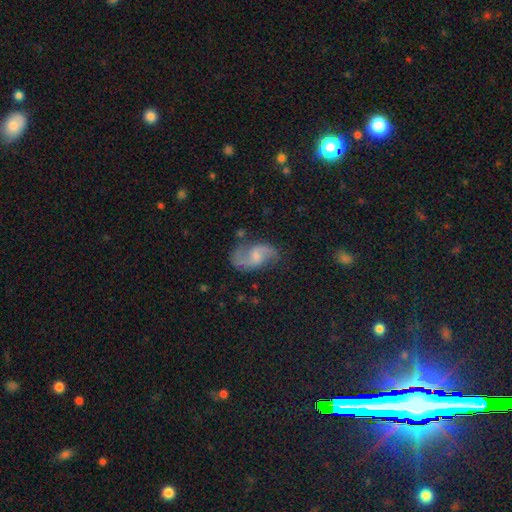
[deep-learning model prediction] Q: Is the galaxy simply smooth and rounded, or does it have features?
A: featured or disk — 82%.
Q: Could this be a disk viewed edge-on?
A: no — 98%.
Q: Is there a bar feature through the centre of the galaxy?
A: weak — 52%.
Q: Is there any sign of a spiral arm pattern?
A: yes — 95%.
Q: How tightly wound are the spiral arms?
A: loose — 53%.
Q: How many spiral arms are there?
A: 2 — 92%.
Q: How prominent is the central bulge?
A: small — 39%.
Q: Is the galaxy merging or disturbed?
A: none — 71%.